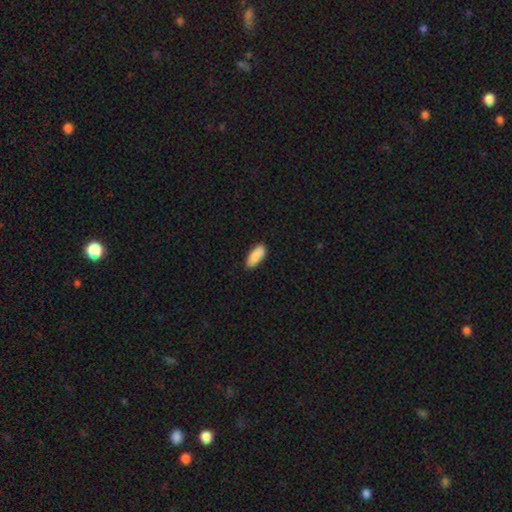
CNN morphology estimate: Overall: smooth (85%). How rounded: in between (81%). Merging: none (80%).